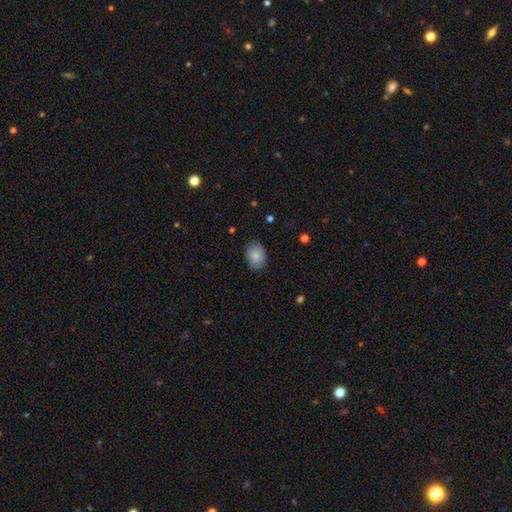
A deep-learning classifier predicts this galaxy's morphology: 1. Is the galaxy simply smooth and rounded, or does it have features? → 83% smooth, 10% featured or disk, 7% star or artifact.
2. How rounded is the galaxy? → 74% in between, 25% round, 1% cigar-shaped.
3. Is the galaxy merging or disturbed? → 81% none, 15% minor disturbance, 3% major disturbance, 1% merger.